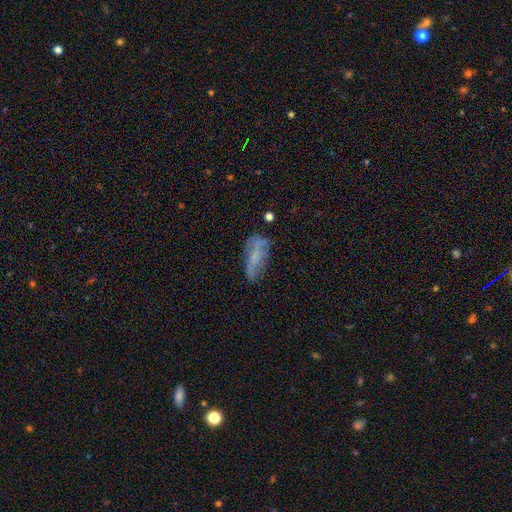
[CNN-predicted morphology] A smooth galaxy with no disk features (50%). Merging: none (49%).